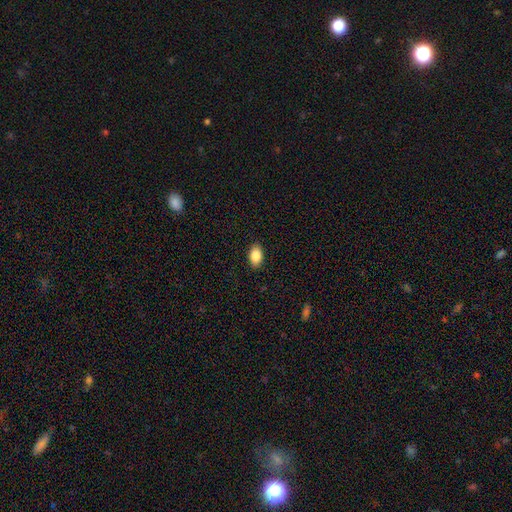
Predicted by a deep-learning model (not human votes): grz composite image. It shows a smooth galaxy with no disk features (85%) that is in between round and cigar-shaped (91%). Merging: none (90%).